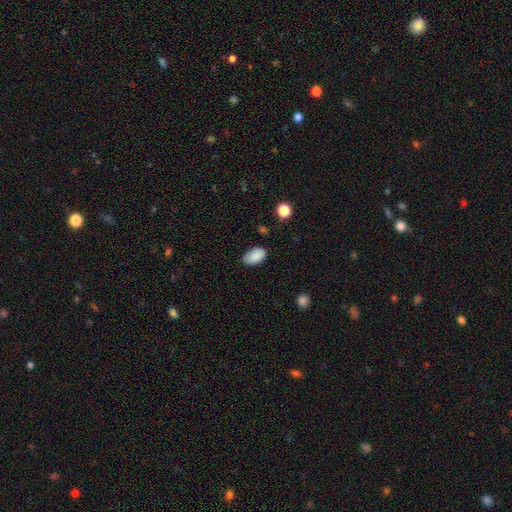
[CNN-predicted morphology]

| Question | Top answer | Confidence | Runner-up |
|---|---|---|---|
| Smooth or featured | smooth | 88% | star or artifact (8%) |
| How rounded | in between | 93% | round (6%) |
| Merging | none | 74% | minor disturbance (21%) |